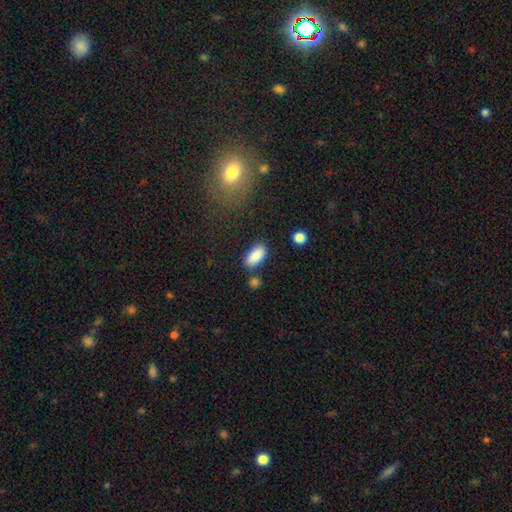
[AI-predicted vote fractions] Morphology: type=smooth (88%); roundness=in between (90%); merging=none (74%).